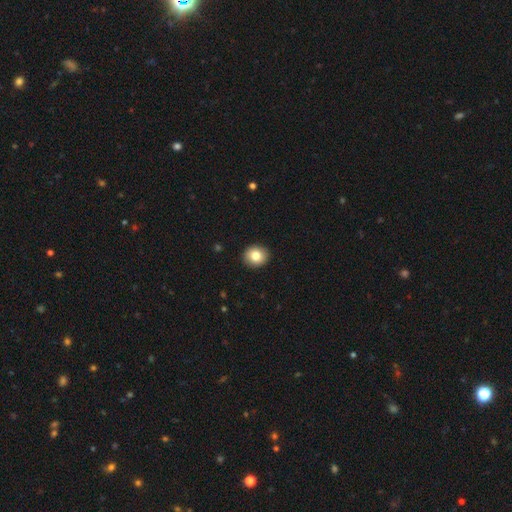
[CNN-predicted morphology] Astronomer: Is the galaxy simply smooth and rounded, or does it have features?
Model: smooth — 82%.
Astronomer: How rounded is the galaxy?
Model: round — 79%.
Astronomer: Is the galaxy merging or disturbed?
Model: none — 92%.